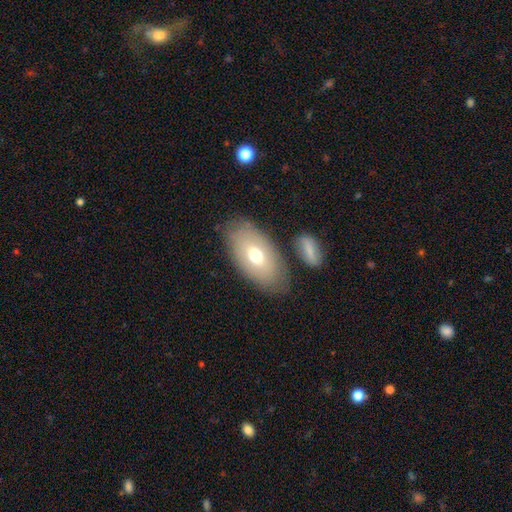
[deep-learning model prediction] A smooth galaxy with no disk features (66%) that is in between round and cigar-shaped (92%).

Vote fractions:
- Smooth or featured? smooth: 66% / featured or disk: 27% / star or artifact: 8%
- How rounded? in between: 92% / round: 5% / cigar-shaped: 2%
- Merging? none: 76% / minor disturbance: 14% / merger: 5% / major disturbance: 5%